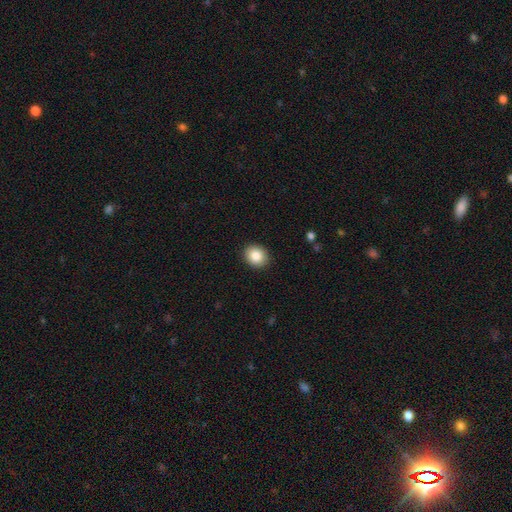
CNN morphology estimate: Smooth or featured? Predicted: smooth (p=0.86). How rounded? Predicted: round (p=0.64). Merging? Predicted: none (p=0.91).